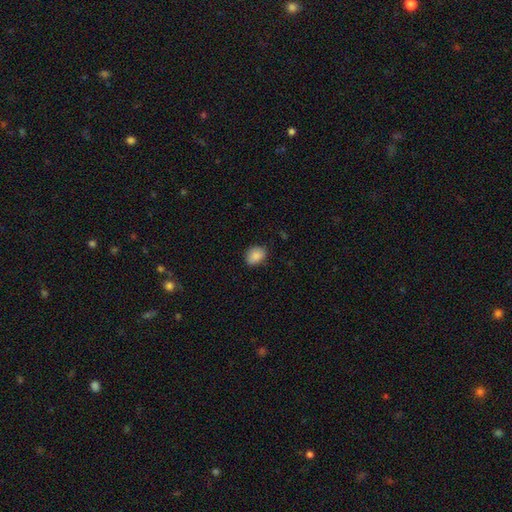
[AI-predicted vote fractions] smooth-or-featured: smooth: 88% | star or artifact: 8% | featured or disk: 4%
  how-rounded: in between: 68% | round: 31% | cigar-shaped: 1%
  merging: none: 81% | minor disturbance: 15% | major disturbance: 3% | merger: 1%